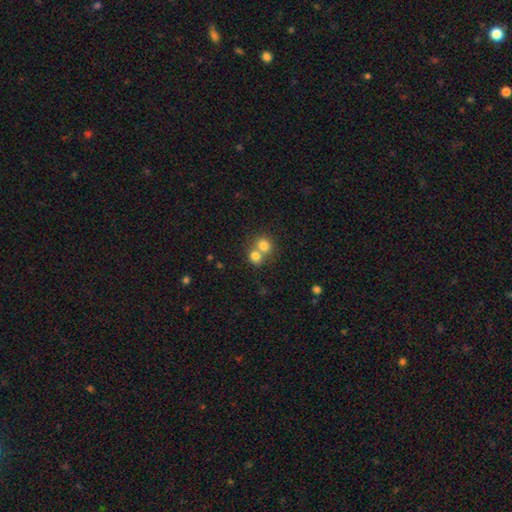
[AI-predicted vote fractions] Q: Smooth or featured?
A: smooth (77%); runner-up: featured or disk (11%)
Q: How rounded?
A: round (71%); runner-up: in between (28%)
Q: Merging?
A: merger (62%); runner-up: none (31%)